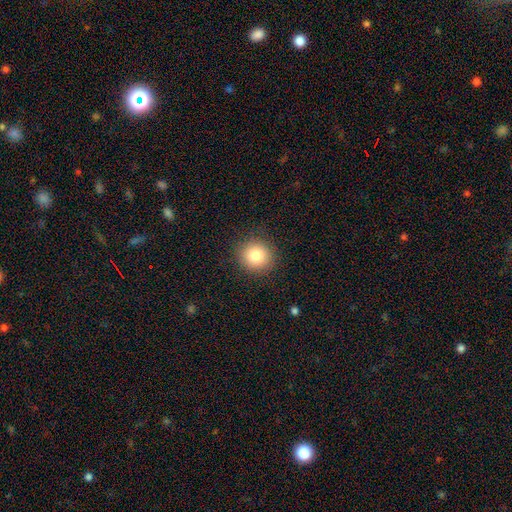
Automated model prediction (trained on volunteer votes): smooth 83%, star or artifact 10%, featured or disk 7%. Down the decision tree: how rounded — round (89%); merging — none (89%).